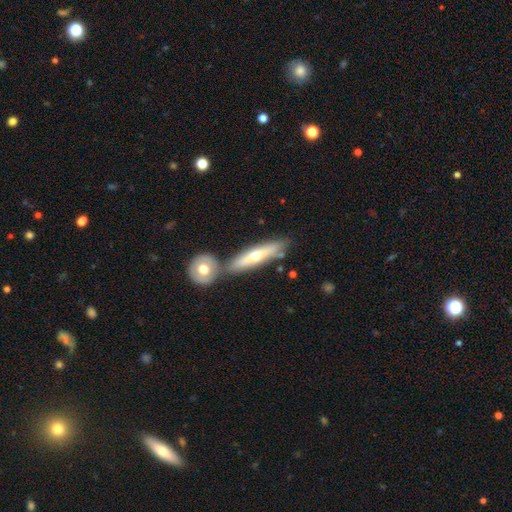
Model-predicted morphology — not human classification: Smooth or featured?
  - featured or disk: 53% *
  - smooth: 41%
  - star or artifact: 6%
Edge-on disk?
  - yes: 79% *
  - no: 21%
Merging?
  - none: 69% *
  - merger: 17%
  - minor disturbance: 11%
  - major disturbance: 3%